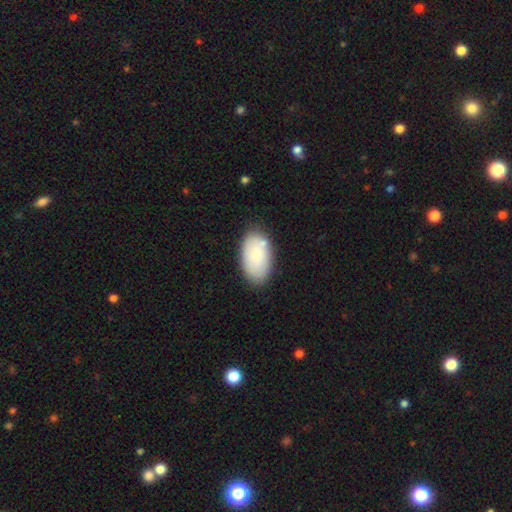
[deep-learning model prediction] smooth-or-featured: smooth: 77% | featured or disk: 17% | star or artifact: 6%
  how-rounded: in between: 95% | round: 4% | cigar-shaped: 1%
  merging: none: 76% | minor disturbance: 15% | merger: 5% | major disturbance: 4%